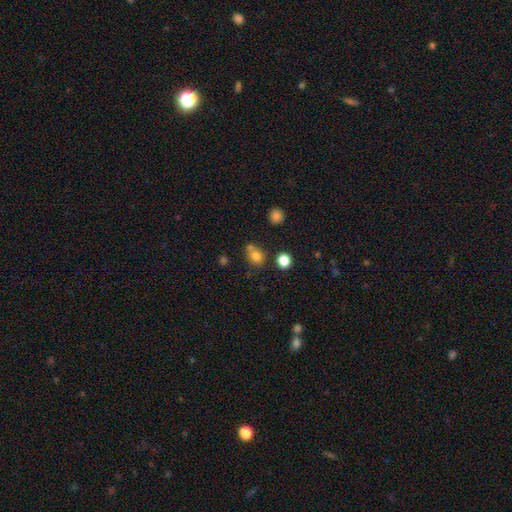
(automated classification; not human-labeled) The model was most divided on "merging": none: 57%, merger: 24%, minor disturbance: 14%, major disturbance: 5%. More confident: smooth or featured — smooth (77%); how rounded — round (67%).